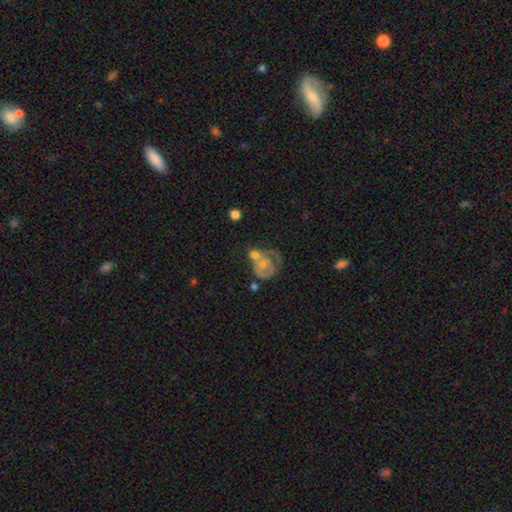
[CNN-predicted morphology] smooth-or-featured: featured or disk: 56% | smooth: 35% | star or artifact: 9%
  disk-edge-on: no: 98% | yes: 2%
    bar: no: 83% | weak: 14% | strong: 3%
    has-spiral-arms: yes: 50% (tied) | no: 50% (tied)
    bulge-size: small: 46% | moderate: 37% | none: 11% | large: 4% | dominant: 2%
  merging: merger: 37% | none: 26% | major disturbance: 21% | minor disturbance: 16%